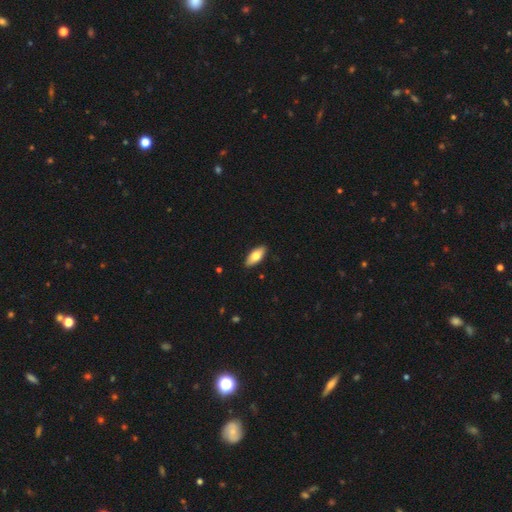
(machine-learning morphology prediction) Smooth or featured: smooth — 76% (featured or disk — 19%)
How rounded: in between — 83% (cigar-shaped — 14%)
Merging: none — 90% (minor disturbance — 8%)